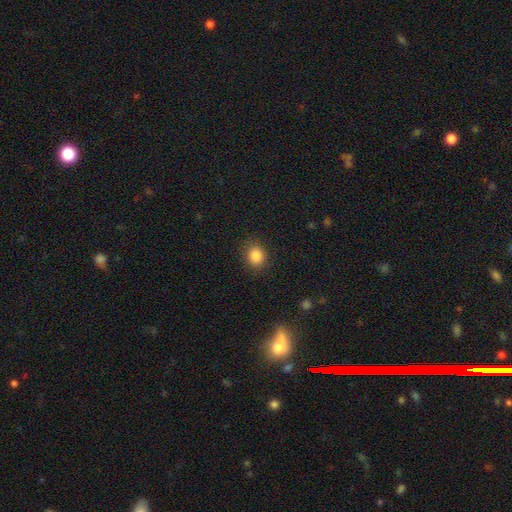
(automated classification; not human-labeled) Smooth or featured? Predicted: smooth (p=0.86). How rounded? Predicted: round (p=0.70). Merging? Predicted: none (p=0.87).